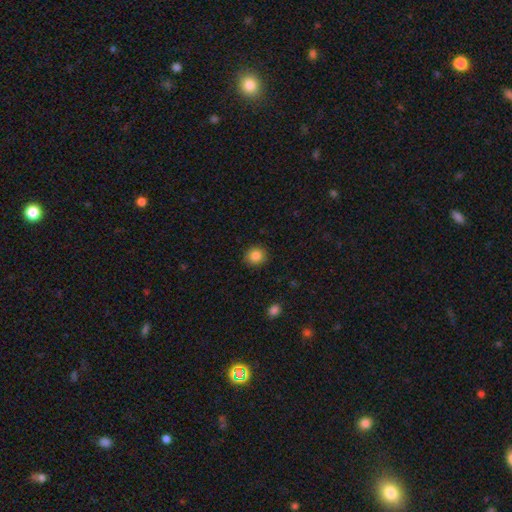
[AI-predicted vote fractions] Morphology: type=smooth (85%); roundness=round (85%); merging=none (89%).